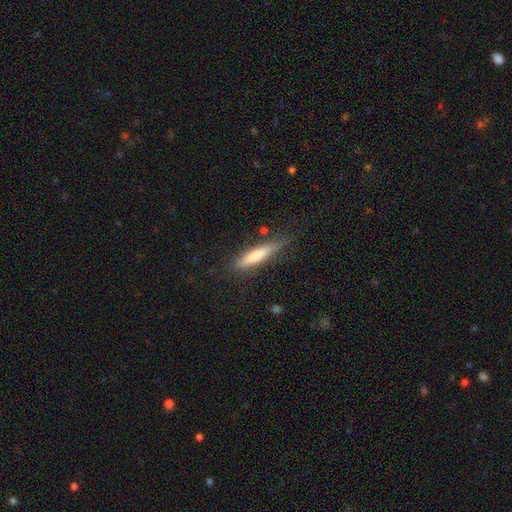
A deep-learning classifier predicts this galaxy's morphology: smooth_or_featured: smooth (p=0.68) [alt: featured or disk p=0.26]
how_rounded: cigar-shaped (p=0.86) [alt: in between p=0.13]
merging: none (p=0.72) [alt: minor disturbance p=0.20]